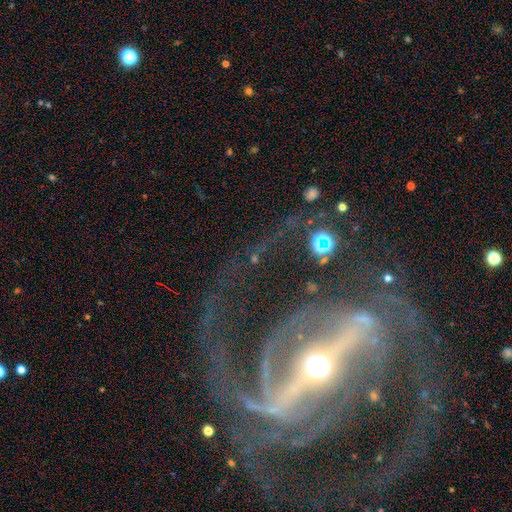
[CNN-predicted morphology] smooth-or-featured: featured or disk: 89% | star or artifact: 7% | smooth: 4%
  disk-edge-on: no: 93% | yes: 7%
    bar: strong: 80% | weak: 13% | no: 7%
    has-spiral-arms: yes: 93% | no: 7%
      spiral-winding: medium: 49% | tight: 27% | loose: 24%
      spiral-arm-count: 2: 73% | can't tell: 8% | 3: 7% | 1: 5% | 4: 4% | more than 4: 4%
    bulge-size: moderate: 58% | small: 32% | large: 7% | dominant: 2% | none: 1%
  merging: none: 56% | major disturbance: 25% | minor disturbance: 14% | merger: 4%